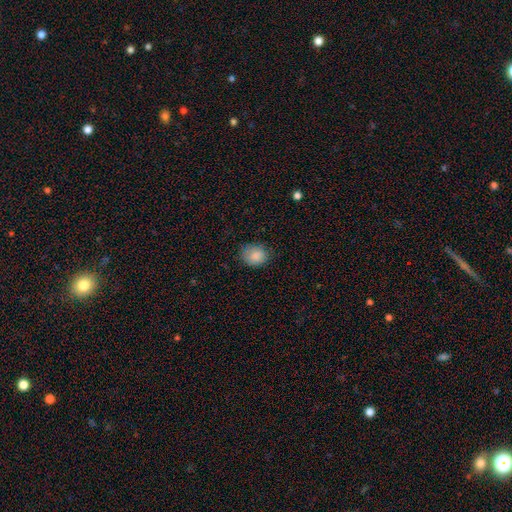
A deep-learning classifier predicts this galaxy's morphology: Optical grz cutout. It shows a smooth galaxy with no disk features (87%) that is round (59%). Merging: none (76%).